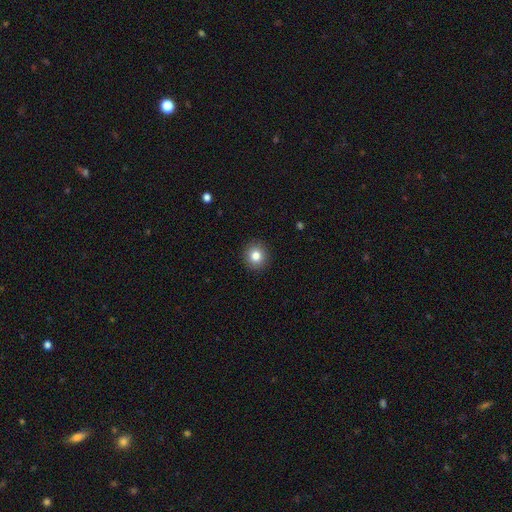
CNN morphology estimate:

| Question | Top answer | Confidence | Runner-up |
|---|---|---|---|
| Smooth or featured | smooth | 82% | star or artifact (10%) |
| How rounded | round | 89% | in between (10%) |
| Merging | none | 92% | minor disturbance (5%) |